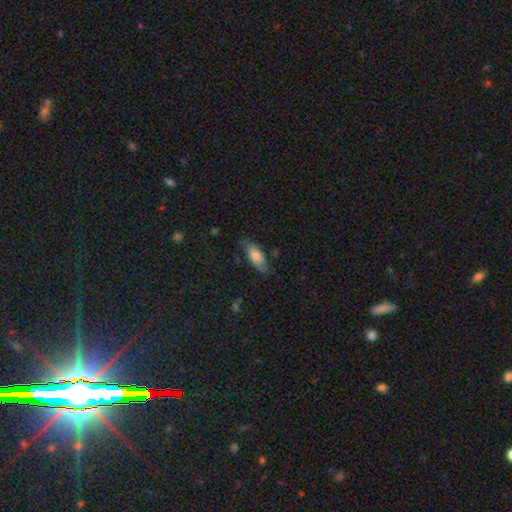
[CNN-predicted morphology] The model was most divided on "merging": none: 71%, minor disturbance: 23%, major disturbance: 5%, merger: 2%. More confident: how rounded — in between (76%); smooth or featured — smooth (74%).